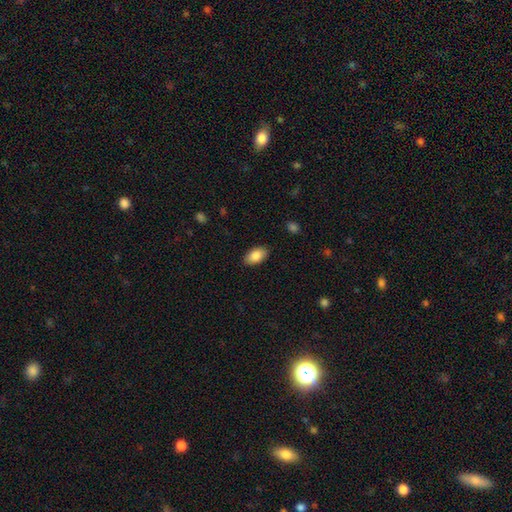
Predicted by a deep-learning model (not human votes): A smooth galaxy with no disk features (86%) that is in between round and cigar-shaped (94%).

Vote fractions:
- Smooth or featured? smooth: 86% / featured or disk: 7% / star or artifact: 7%
- How rounded? in between: 94% / round: 4% / cigar-shaped: 2%
- Merging? none: 88% / minor disturbance: 9% / major disturbance: 2% / merger: 1%